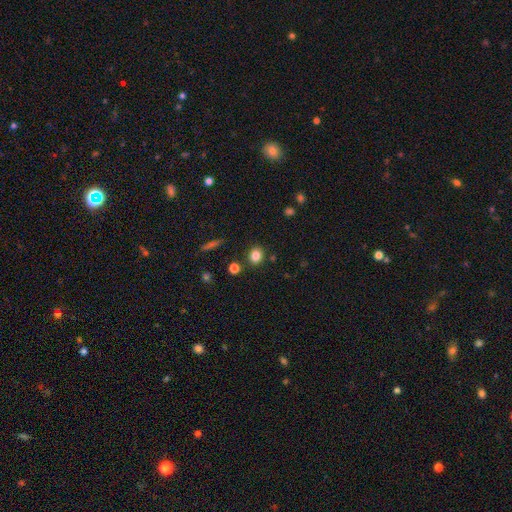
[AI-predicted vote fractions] Smooth or featured?
  - smooth: 83% *
  - star or artifact: 12%
  - featured or disk: 6%
How rounded?
  - round: 68% *
  - in between: 31%
  - cigar-shaped: 1%
Merging?
  - none: 85% *
  - minor disturbance: 8%
  - merger: 5%
  - major disturbance: 2%